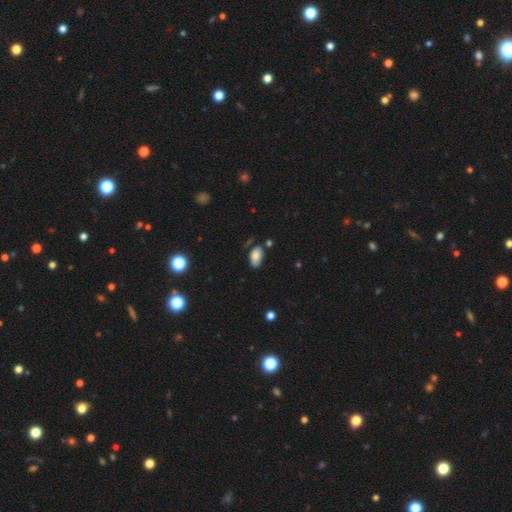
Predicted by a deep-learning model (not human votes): This appears to be a smooth galaxy with no disk features (80%) that is in between round and cigar-shaped (94%). Merging: none (64%).